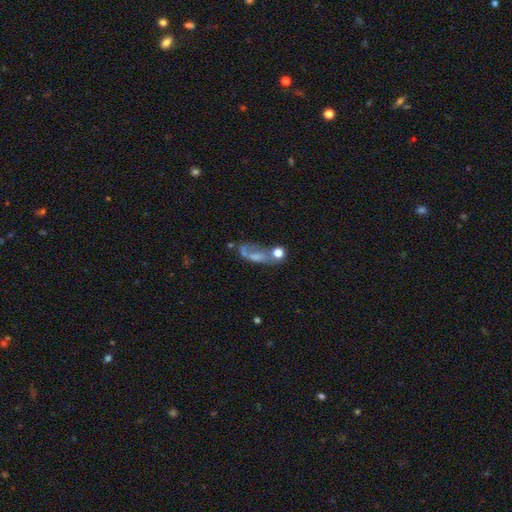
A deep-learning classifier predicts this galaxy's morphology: A smooth galaxy with no disk features (41%).

Vote fractions:
- Smooth or featured? smooth: 41% / featured or disk: 40% / star or artifact: 19%
- Merging? none: 30% / major disturbance: 27% / merger: 26% / minor disturbance: 17%